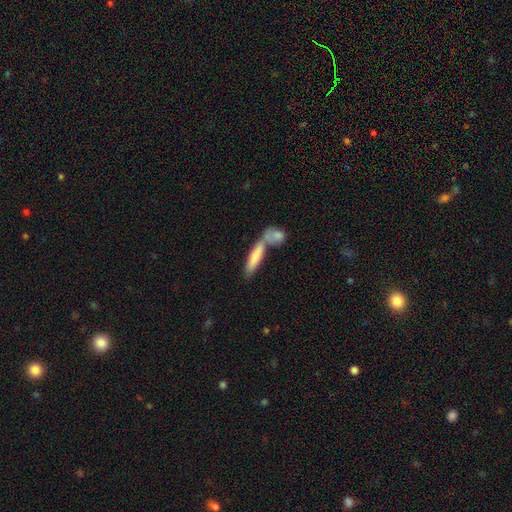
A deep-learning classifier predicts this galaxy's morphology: Q: Smooth or featured?
A: smooth (65%); runner-up: featured or disk (26%)
Q: How rounded?
A: cigar-shaped (74%); runner-up: in between (24%)
Q: Merging?
A: merger (48%); runner-up: none (39%)